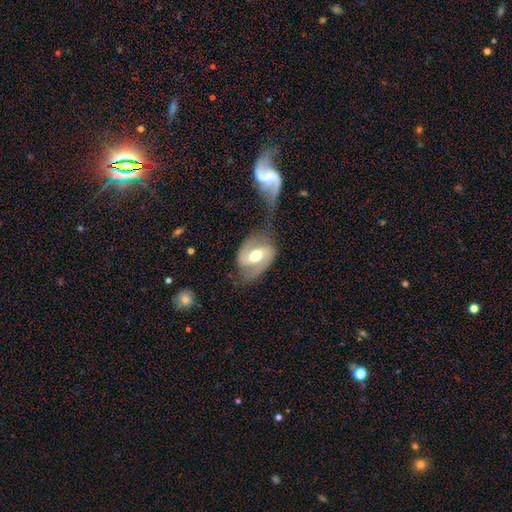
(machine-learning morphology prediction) Smooth or featured?
  - featured or disk: 70% *
  - smooth: 24%
  - star or artifact: 6%
Edge-on disk?
  - no: 96% *
  - yes: 4%
Bar?
  - weak: 45% *
  - strong: 31%
  - no: 23%
Spiral arms?
  - yes: 84% *
  - no: 16%
Spiral winding?
  - medium: 46% *
  - loose: 34%
  - tight: 20%
Spiral arm count?
  - 2: 87% *
  - can't tell: 6%
  - 1: 4%
  - 3: 1%
  - 4: 1%
  - more than 4: 1%
Bulge size?
  - moderate: 74% *
  - large: 15%
  - small: 9%
  - dominant: 1%
  - none: 1%
Merging?
  - none: 50% *
  - minor disturbance: 22%
  - major disturbance: 14%
  - merger: 13%